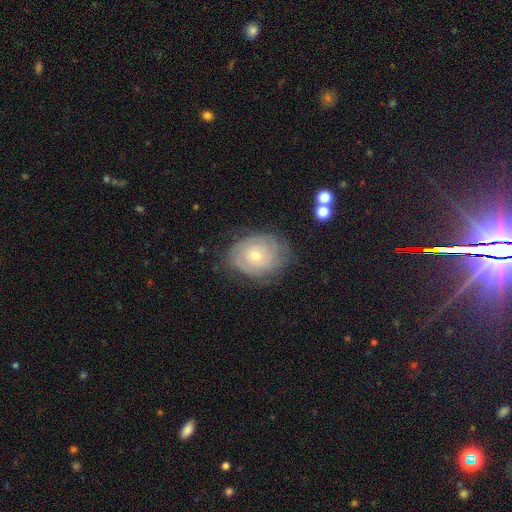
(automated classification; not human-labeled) smooth-or-featured: featured or disk: 74% | smooth: 19% | star or artifact: 8%
  disk-edge-on: no: 96% | yes: 4%
    bar: no: 82% | weak: 15% | strong: 3%
    has-spiral-arms: yes: 88% | no: 12%
      spiral-winding: tight: 78% | medium: 17% | loose: 5%
      spiral-arm-count: can't tell: 48% | 2: 21% | 3: 14% | 4: 7% | 1: 5% | more than 4: 4%
    bulge-size: small: 58% | moderate: 39% | large: 1% | none: 1% | dominant: 1%
  merging: none: 74% | minor disturbance: 18% | major disturbance: 6% | merger: 1%